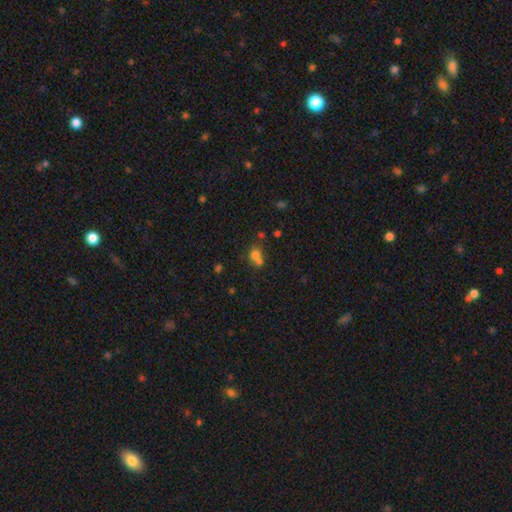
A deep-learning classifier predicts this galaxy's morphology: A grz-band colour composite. It shows a smooth galaxy with no disk features (70%) that is round (66%). Merging: merger (52%).